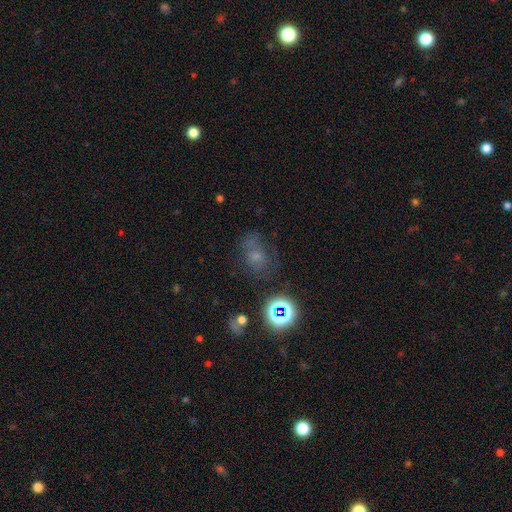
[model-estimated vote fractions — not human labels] Morphology: type=smooth (45%); merging=none (57%).